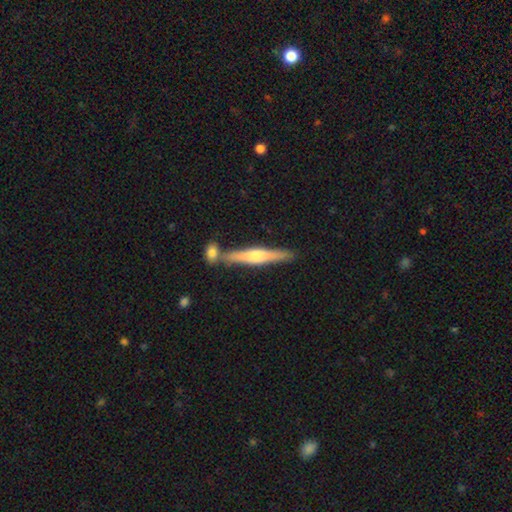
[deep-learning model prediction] A featured or disk galaxy (70%) viewed edge-on (97%) with a rounded central bulge (82%).

Vote fractions:
- Smooth or featured? featured or disk: 70% / smooth: 24% / star or artifact: 6%
- Edge-on disk? yes: 97% / no: 3%
- Edge-on bulge? rounded: 82% / boxy: 10% / none: 8%
- Merging? none: 78% / merger: 11% / minor disturbance: 9% / major disturbance: 2%